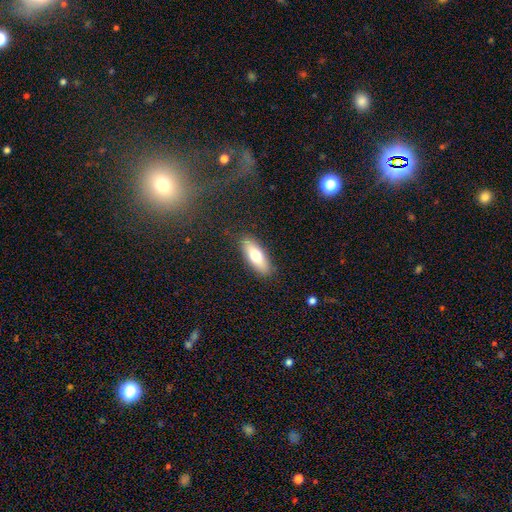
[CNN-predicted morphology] This is likely a smooth galaxy (70%). How rounded: likely in between (66%). Merging: clearly none (87%).